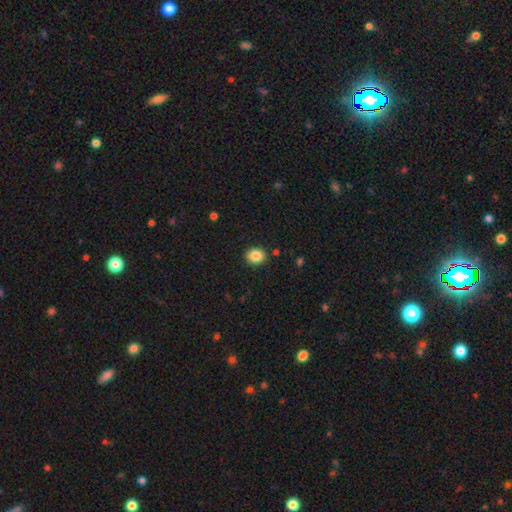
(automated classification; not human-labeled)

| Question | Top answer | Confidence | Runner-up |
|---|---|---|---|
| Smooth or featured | smooth | 86% | star or artifact (9%) |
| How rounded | round | 62% | in between (38%) |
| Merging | none | 90% | minor disturbance (7%) |